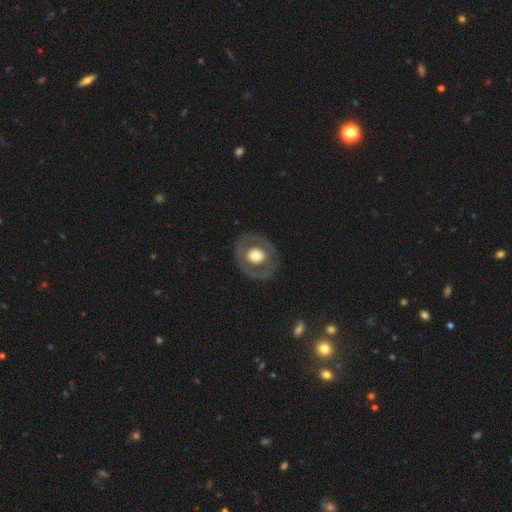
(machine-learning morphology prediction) Smooth or featured?
  - featured or disk: 47% * (tied)
  - smooth: 47% * (tied)
  - star or artifact: 6%
Merging?
  - none: 81% *
  - minor disturbance: 11%
  - major disturbance: 7%
  - merger: 1%